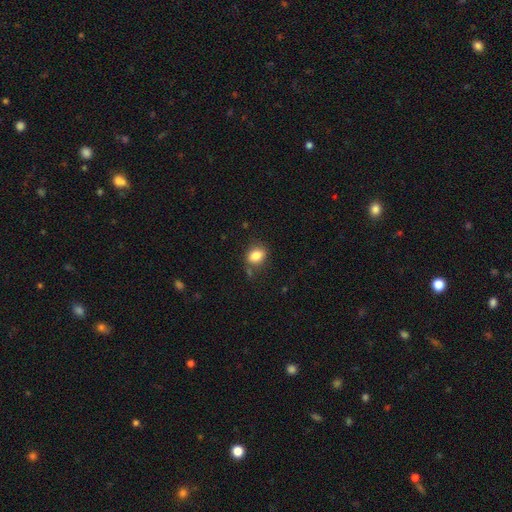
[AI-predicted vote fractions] This appears to be a smooth galaxy with no disk features (84%) that is in between round and cigar-shaped (60%). Merging: none (76%).